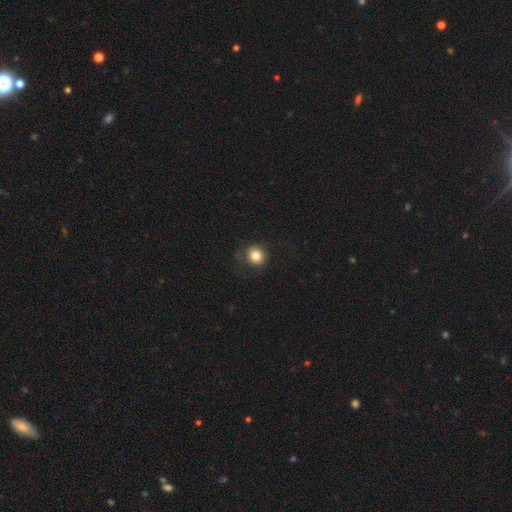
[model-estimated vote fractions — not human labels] This appears to be a smooth galaxy with no disk features (83%) that is round (85%). Merging: none (83%).